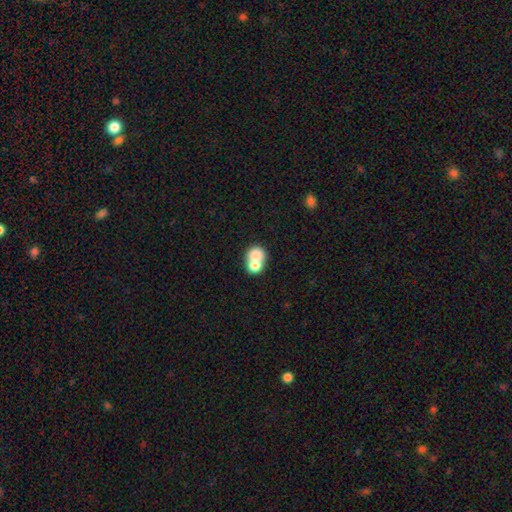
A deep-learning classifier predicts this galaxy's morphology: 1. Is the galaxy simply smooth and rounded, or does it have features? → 74% smooth, 16% featured or disk, 10% star or artifact.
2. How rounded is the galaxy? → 63% round, 36% in between, 1% cigar-shaped.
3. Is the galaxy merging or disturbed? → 62% merger, 27% none, 7% minor disturbance, 4% major disturbance.